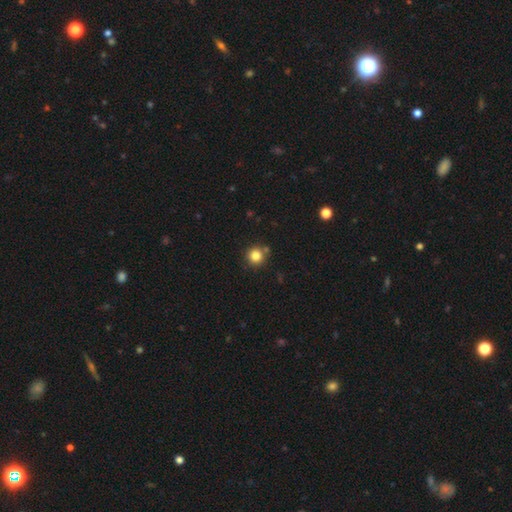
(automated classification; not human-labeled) A smooth galaxy with no disk features (83%) that is round (94%).

Vote fractions:
- Smooth or featured? smooth: 83% / star or artifact: 12% / featured or disk: 5%
- How rounded? round: 94% / in between: 5% / cigar-shaped: 1%
- Merging? none: 82% / minor disturbance: 9% / merger: 7% / major disturbance: 2%